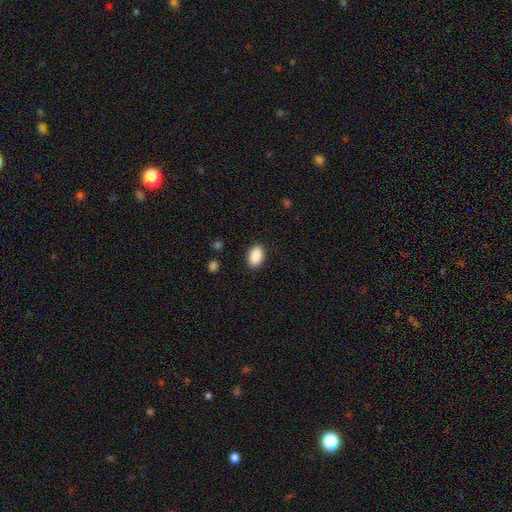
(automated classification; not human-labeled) Smooth or featured?
  - smooth: 90% *
  - star or artifact: 7%
  - featured or disk: 3%
How rounded?
  - in between: 91% *
  - round: 7%
  - cigar-shaped: 1%
Merging?
  - none: 88% *
  - minor disturbance: 8%
  - major disturbance: 2%
  - merger: 1%